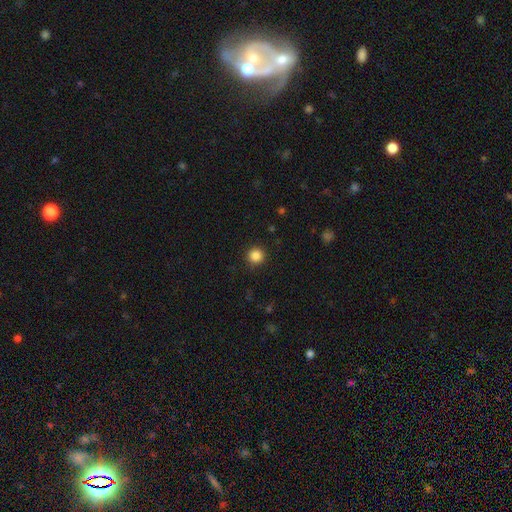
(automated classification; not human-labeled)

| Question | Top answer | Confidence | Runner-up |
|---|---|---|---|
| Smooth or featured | smooth | 86% | star or artifact (11%) |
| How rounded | round | 94% | in between (5%) |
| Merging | none | 91% | minor disturbance (6%) |